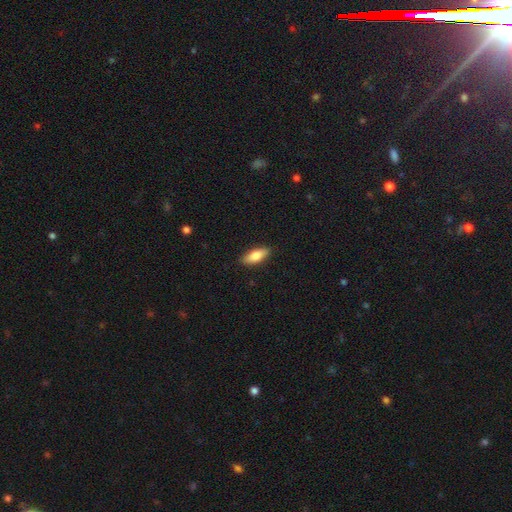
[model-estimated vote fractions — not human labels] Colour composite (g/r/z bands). It shows a smooth galaxy with no disk features (78%) that is in between round and cigar-shaped (74%). Merging: none (88%).